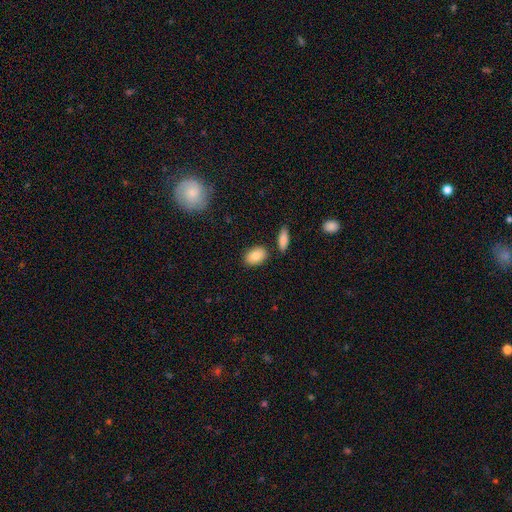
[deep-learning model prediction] Smooth or featured? smooth (85%)
How rounded? in between (85%)
Merging? none (82%)